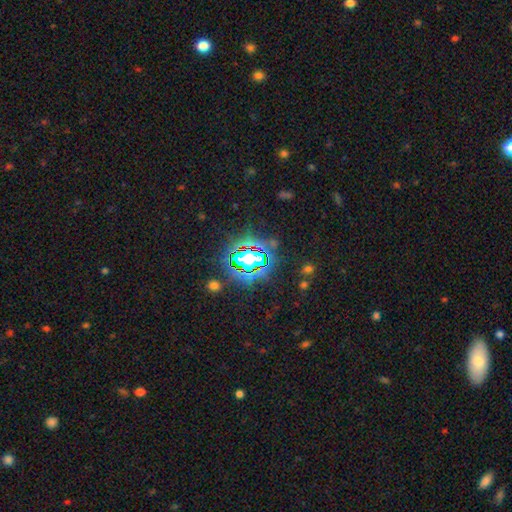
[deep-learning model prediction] Q: Smooth or featured?
A: star or artifact (80%); runner-up: smooth (12%)